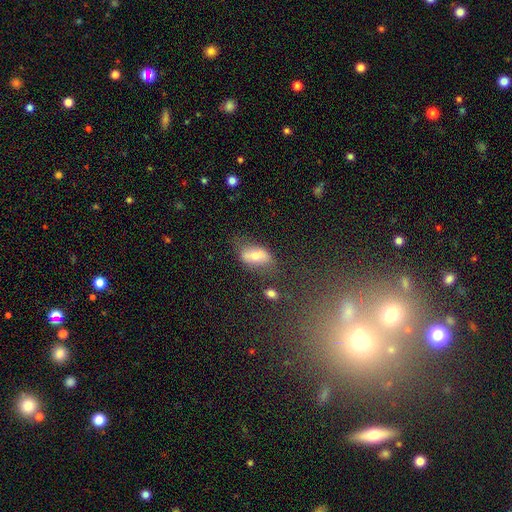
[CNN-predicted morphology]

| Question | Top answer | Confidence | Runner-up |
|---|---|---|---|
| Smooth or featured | smooth | 55% | featured or disk (35%) |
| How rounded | in between | 83% | cigar-shaped (10%) |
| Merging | none | 47% | minor disturbance (27%) |